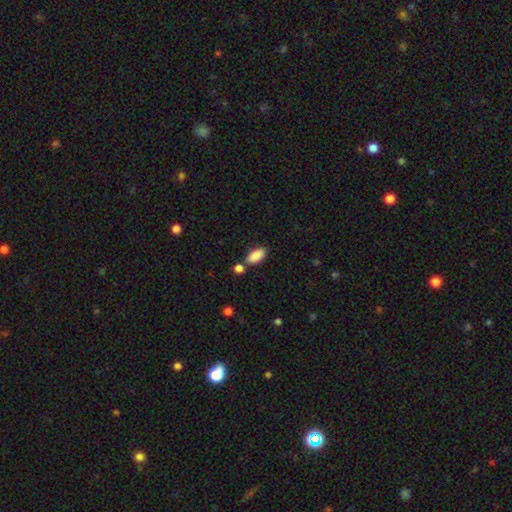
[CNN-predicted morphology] Smooth or featured? smooth (89%)
How rounded? in between (90%)
Merging? none (72%)